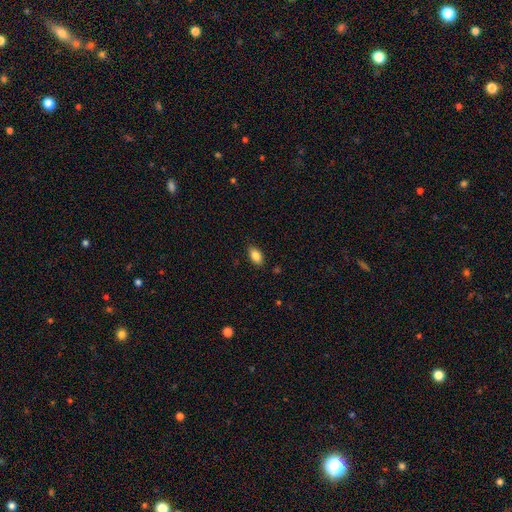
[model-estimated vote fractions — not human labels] smooth_or_featured: smooth (p=0.85) [alt: star or artifact p=0.08]
how_rounded: in between (p=0.91) [alt: round p=0.05]
merging: none (p=0.84) [alt: minor disturbance p=0.12]